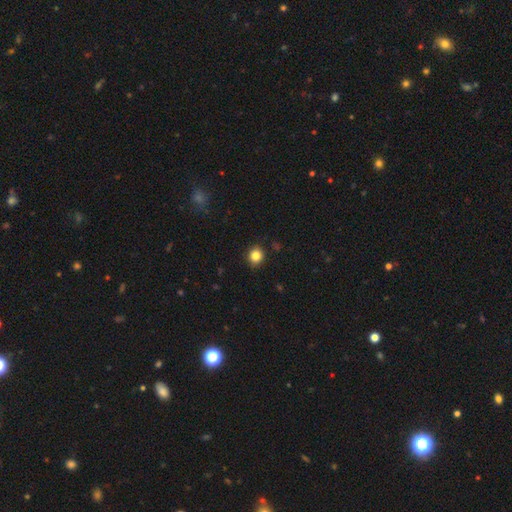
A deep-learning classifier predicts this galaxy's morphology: A smooth galaxy with no disk features (84%) that is round (84%).

Vote fractions:
- Smooth or featured? smooth: 84% / star or artifact: 11% / featured or disk: 5%
- How rounded? round: 84% / in between: 15% / cigar-shaped: 1%
- Merging? none: 90% / minor disturbance: 7% / major disturbance: 2% / merger: 1%